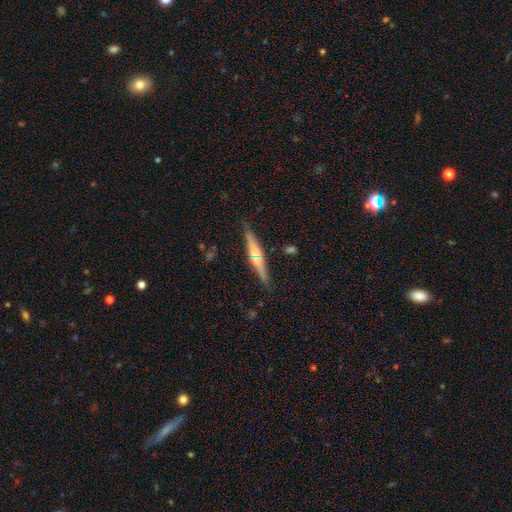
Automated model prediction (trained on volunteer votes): A featured or disk galaxy (55%) viewed edge-on (94%) with a rounded central bulge (70%).

Vote fractions:
- Smooth or featured? featured or disk: 55% / smooth: 37% / star or artifact: 8%
- Edge-on disk? yes: 94% / no: 6%
- Edge-on bulge? rounded: 70% / none: 19% / boxy: 10%
- Merging? none: 84% / minor disturbance: 10% / merger: 3% / major disturbance: 3%